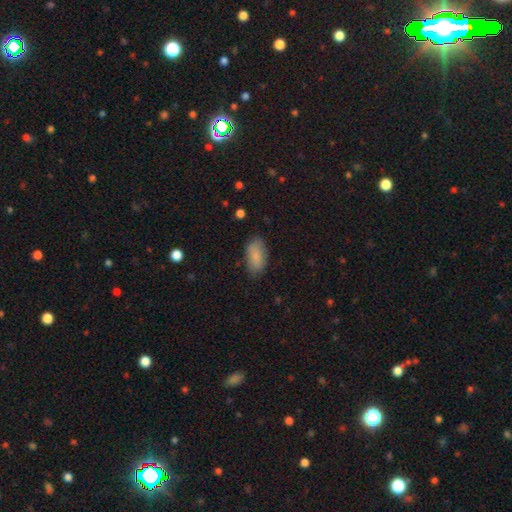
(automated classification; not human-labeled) Smooth or featured? Predicted: smooth (p=0.86). How rounded? Predicted: in between (p=0.92). Merging? Predicted: none (p=0.79).